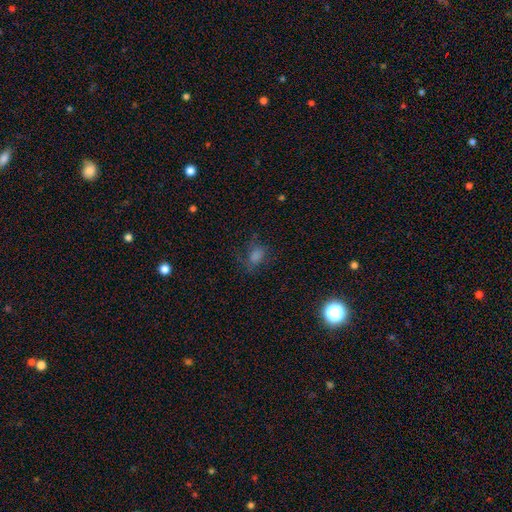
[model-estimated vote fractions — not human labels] Morphology: type=smooth (55%); roundness=in between (53%); merging=none (60%).